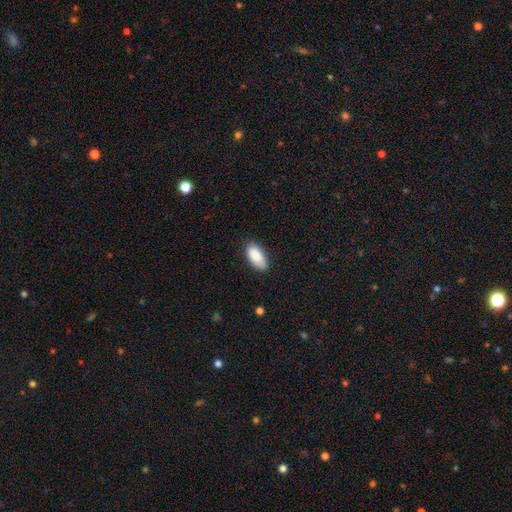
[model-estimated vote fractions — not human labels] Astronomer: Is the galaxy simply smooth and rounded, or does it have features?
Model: smooth — 89%.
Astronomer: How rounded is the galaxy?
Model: in between — 92%.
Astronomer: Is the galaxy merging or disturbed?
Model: none — 80%.